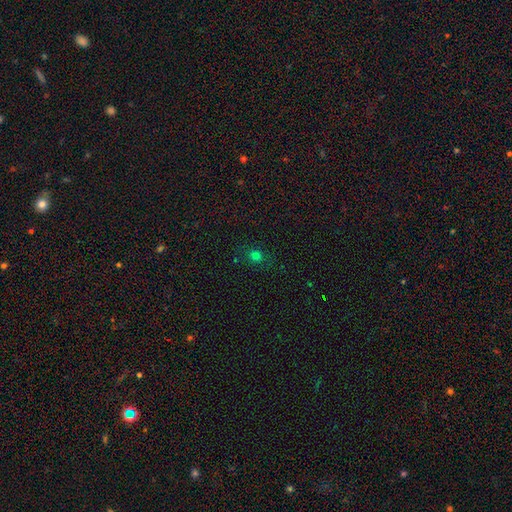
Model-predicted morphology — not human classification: Smooth or featured: smooth — 71% (star or artifact — 22%)
How rounded: round — 76% (in between — 23%)
Merging: none — 80% (minor disturbance — 13%)